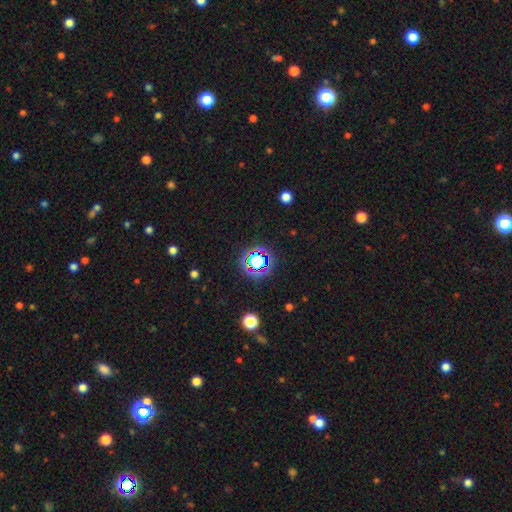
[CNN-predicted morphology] A star or artifact, not a galaxy (79%).

Vote fractions:
- Smooth or featured? star or artifact: 79% / smooth: 14% / featured or disk: 7%